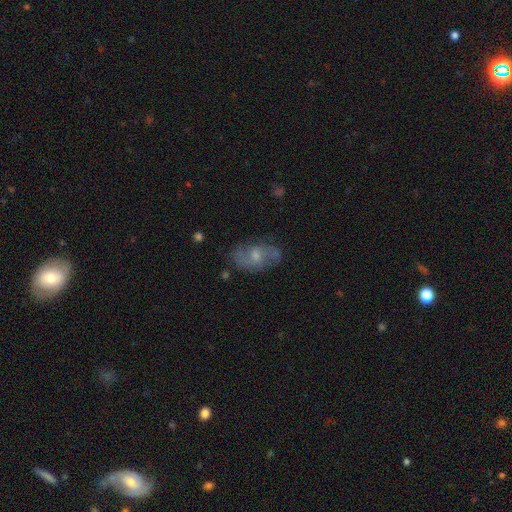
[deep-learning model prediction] Smooth or featured? Predicted: featured or disk (p=0.63). Edge-on disk? Predicted: no (p=0.95). Bar? Predicted: no (p=0.49). Spiral arms? Predicted: yes (p=0.81). Bulge size? Predicted: small (p=0.44, tied with moderate). Merging? Predicted: none (p=0.72).